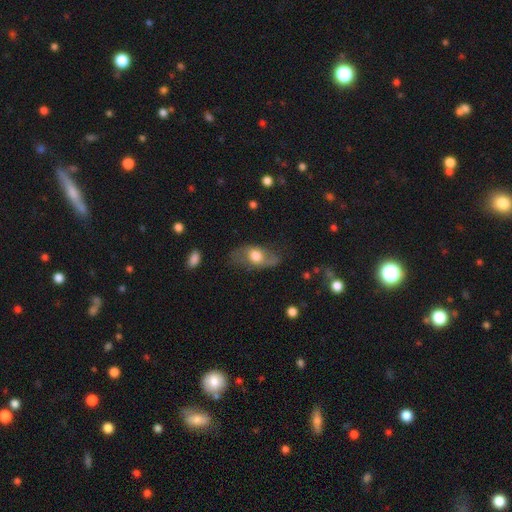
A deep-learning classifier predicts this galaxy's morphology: Smooth or featured: smooth — 51% (featured or disk — 41%)
How rounded: in between — 82% (round — 12%)
Merging: none — 59% (minor disturbance — 26%)